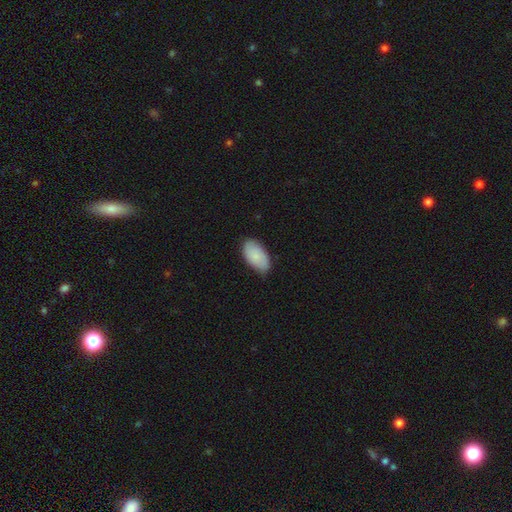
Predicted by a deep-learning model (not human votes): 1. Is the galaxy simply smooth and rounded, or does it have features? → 82% smooth, 12% featured or disk, 6% star or artifact.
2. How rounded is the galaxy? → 95% in between, 3% round, 2% cigar-shaped.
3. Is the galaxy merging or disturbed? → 77% none, 19% minor disturbance, 3% major disturbance, 1% merger.